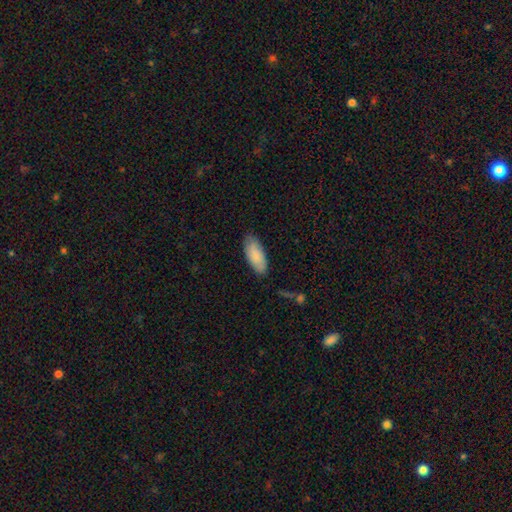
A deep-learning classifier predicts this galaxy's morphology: smooth-or-featured: smooth: 83% | featured or disk: 12% | star or artifact: 5%
  how-rounded: in between: 85% | cigar-shaped: 13% | round: 2%
  merging: none: 82% | minor disturbance: 14% | major disturbance: 2% | merger: 1%